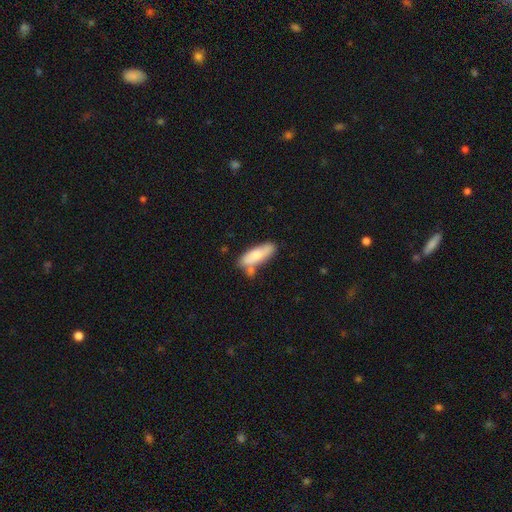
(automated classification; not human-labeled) A smooth galaxy with no disk features (73%) that is in between round and cigar-shaped (52%). Merging: none (54%).